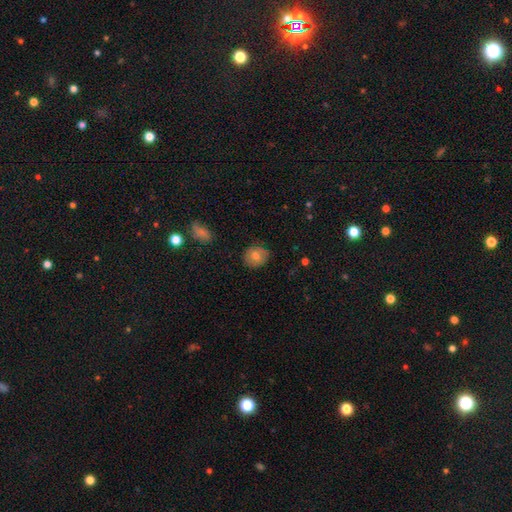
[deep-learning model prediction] Overall: smooth (71%). How rounded: round (71%). Merging: none (80%).